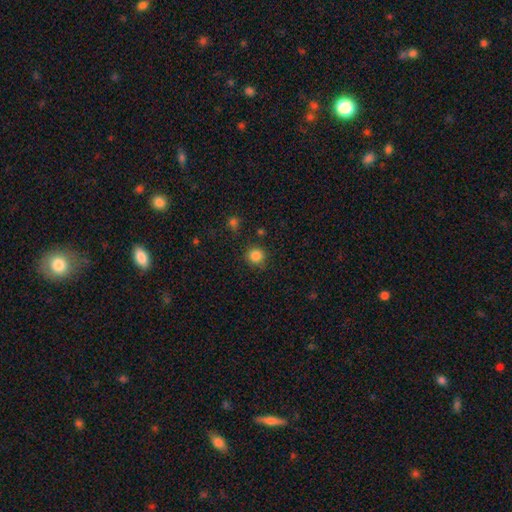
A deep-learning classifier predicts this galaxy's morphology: type=smooth (85%); roundness=round (92%); merging=none (84%).